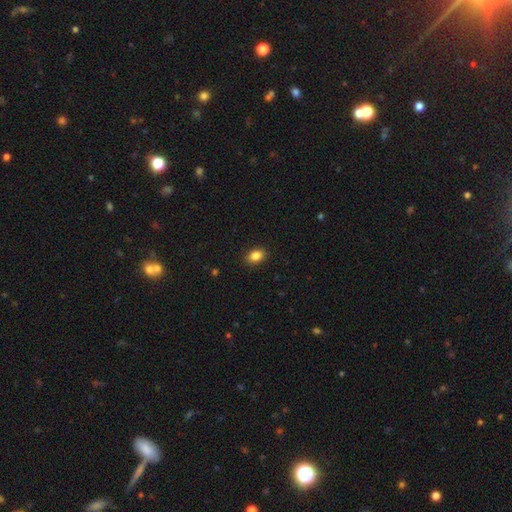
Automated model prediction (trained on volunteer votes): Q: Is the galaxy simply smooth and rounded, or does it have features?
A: smooth — 86%.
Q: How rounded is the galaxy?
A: in between — 78%.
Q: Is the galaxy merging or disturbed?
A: none — 90%.